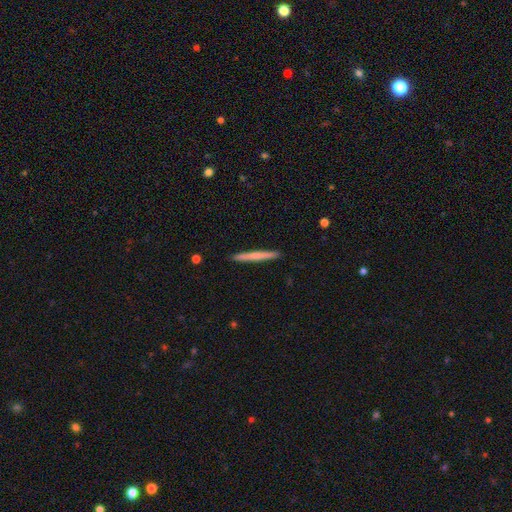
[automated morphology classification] The model was most divided on "smooth or featured": smooth: 59%, featured or disk: 36%, star or artifact: 5%. More confident: how rounded — cigar-shaped (97%); merging — none (93%).